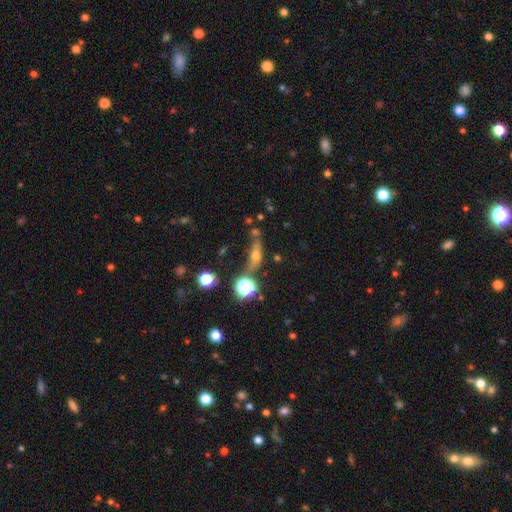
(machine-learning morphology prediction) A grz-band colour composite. It shows a smooth galaxy with no disk features (44%). Merging: none (60%).